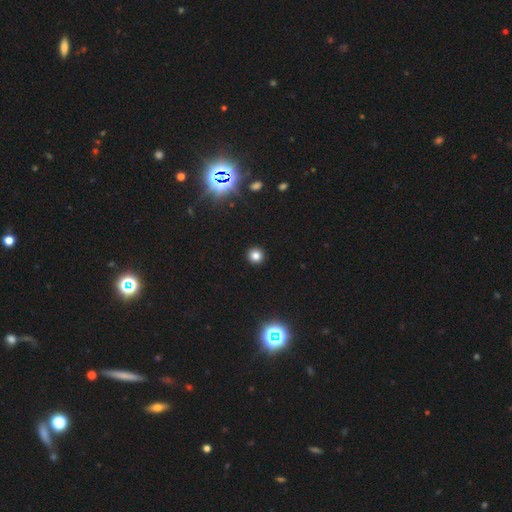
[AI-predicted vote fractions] This appears to be a smooth galaxy with no disk features (79%) that is round (94%). Merging: none (93%).